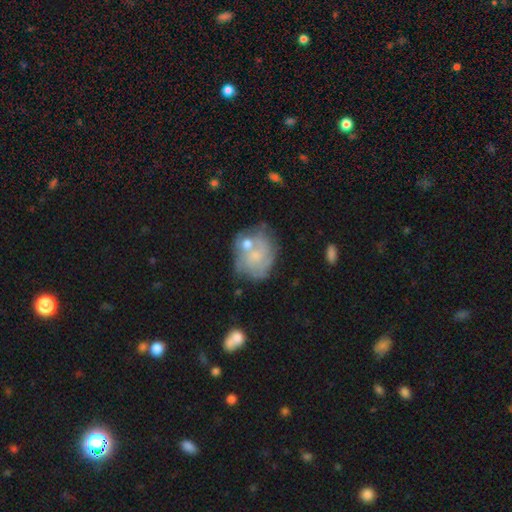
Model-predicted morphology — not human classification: type=featured or disk (58%); edge-on=no (98%); bar=no (80%); spiral arms=yes (57%); bulge=small (53%); merging=none (42%).